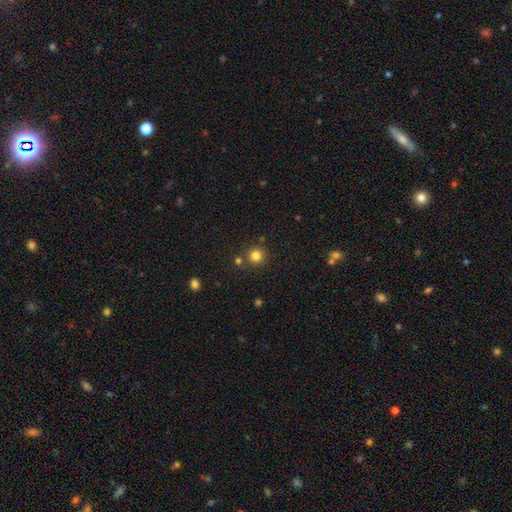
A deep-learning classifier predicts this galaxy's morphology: Smooth or featured: smooth — 80% (star or artifact — 14%)
How rounded: round — 93% (in between — 6%)
Merging: none — 81% (merger — 9%)